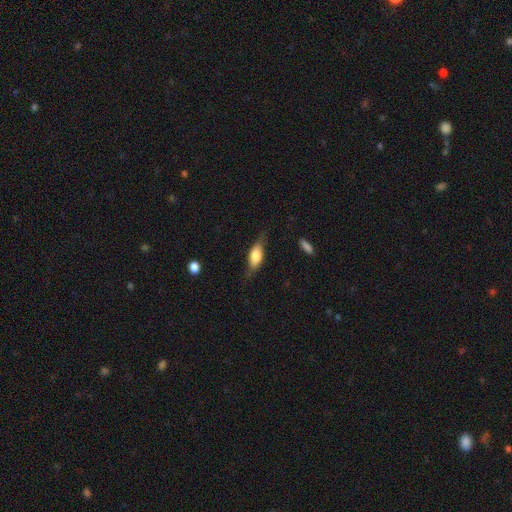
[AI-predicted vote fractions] Morphology: type=smooth (60%); roundness=in between (69%); merging=none (68%).